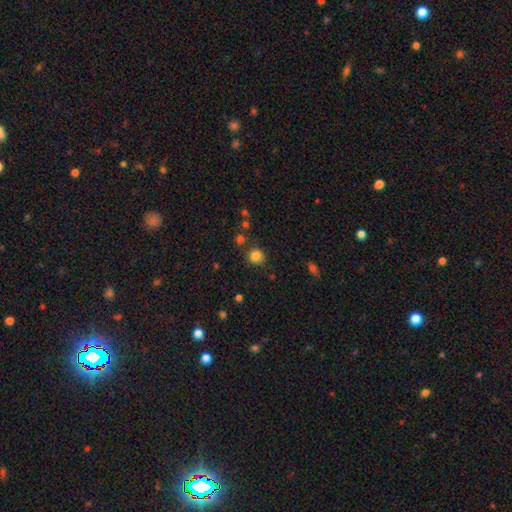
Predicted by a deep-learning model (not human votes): smooth 83%, star or artifact 12%, featured or disk 5%. Down the decision tree: how rounded — round (87%); merging — none (82%).